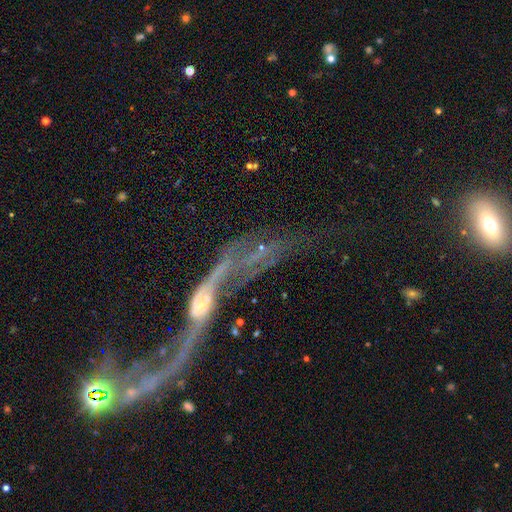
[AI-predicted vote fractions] Q: Smooth or featured?
A: featured or disk (81%); runner-up: star or artifact (11%)
Q: Edge-on disk?
A: no (76%); runner-up: yes (24%)
Q: Bar?
A: no (55%); runner-up: weak (28%)
Q: Spiral arms?
A: yes (80%); runner-up: no (20%)
Q: Bulge size?
A: small (48%); runner-up: moderate (34%)
Q: Merging?
A: major disturbance (35%); runner-up: none (29%)